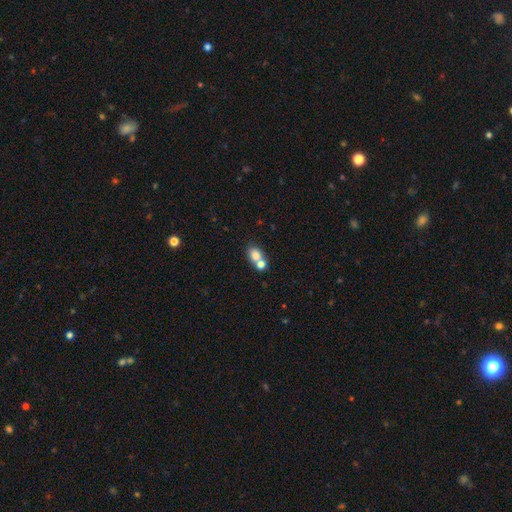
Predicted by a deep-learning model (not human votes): Smooth or featured? smooth (76%)
How rounded? in between (57%)
Merging? merger (54%)